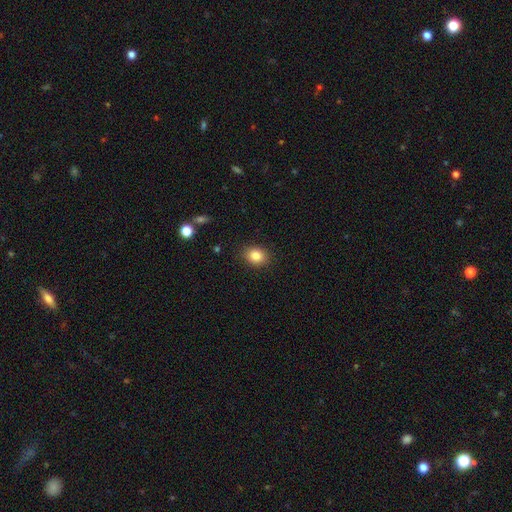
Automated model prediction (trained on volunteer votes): smooth-or-featured: smooth: 84% | star or artifact: 10% | featured or disk: 6%
  how-rounded: in between: 51% | round: 48% | cigar-shaped: 1%
  merging: none: 88% | minor disturbance: 8% | major disturbance: 2% | merger: 1%